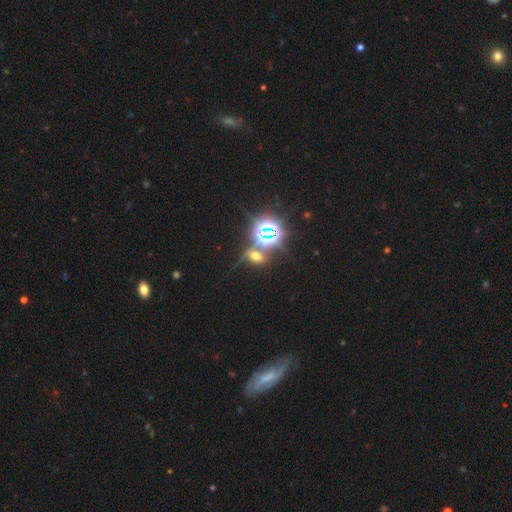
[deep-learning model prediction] Smooth or featured?
  - star or artifact: 50% *
  - smooth: 36%
  - featured or disk: 14%